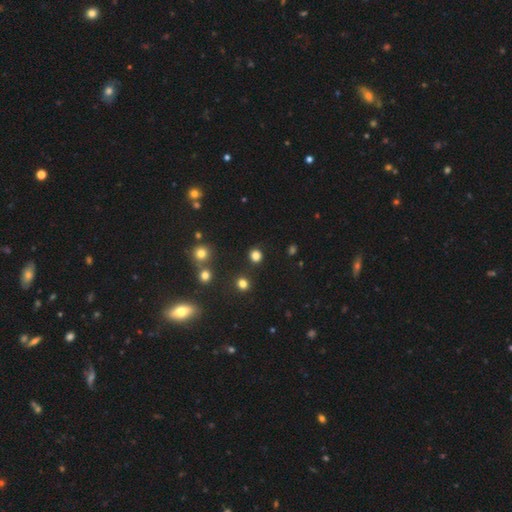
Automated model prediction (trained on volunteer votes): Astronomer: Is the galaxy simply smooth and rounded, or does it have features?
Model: smooth — 79%.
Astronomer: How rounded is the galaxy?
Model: round — 86%.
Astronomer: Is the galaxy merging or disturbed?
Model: none — 87%.